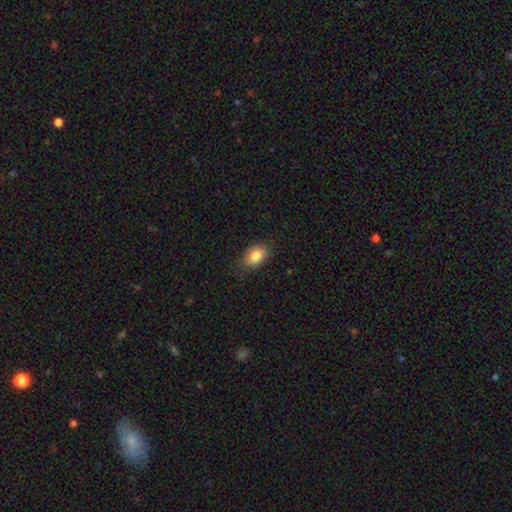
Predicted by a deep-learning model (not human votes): Smooth or featured? smooth (84%)
How rounded? in between (87%)
Merging? none (82%)